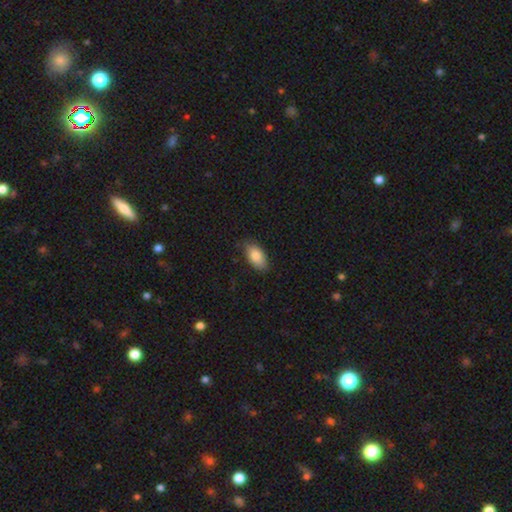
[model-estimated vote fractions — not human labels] Smooth or featured?
  - smooth: 84% *
  - featured or disk: 9%
  - star or artifact: 7%
How rounded?
  - in between: 93% *
  - round: 4%
  - cigar-shaped: 3%
Merging?
  - none: 76% *
  - minor disturbance: 20%
  - major disturbance: 3%
  - merger: 1%